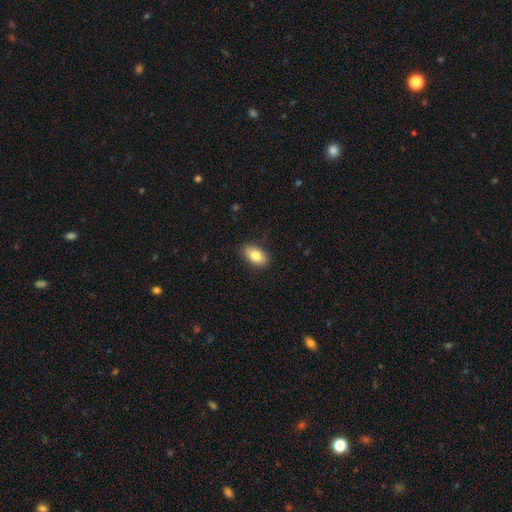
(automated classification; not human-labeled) Overall: smooth (81%). How rounded: in between (90%). Merging: none (84%).